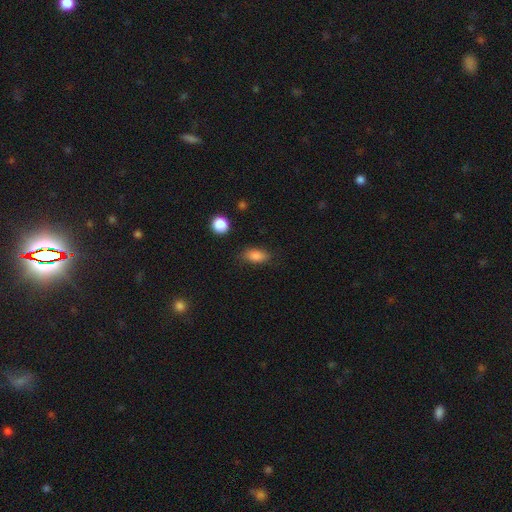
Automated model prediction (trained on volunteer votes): Q: Smooth or featured?
A: smooth (84%); runner-up: star or artifact (9%)
Q: How rounded?
A: in between (85%); runner-up: round (8%)
Q: Merging?
A: none (79%); runner-up: minor disturbance (16%)